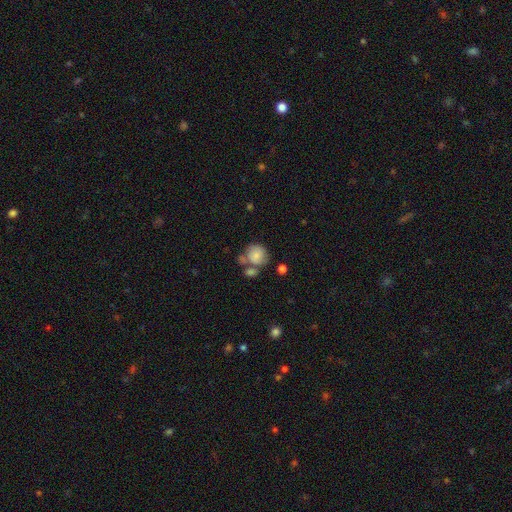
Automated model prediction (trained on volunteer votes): smooth 74%, featured or disk 18%, star or artifact 8%. Down the decision tree: how rounded — round (79%); merging — none (42%).